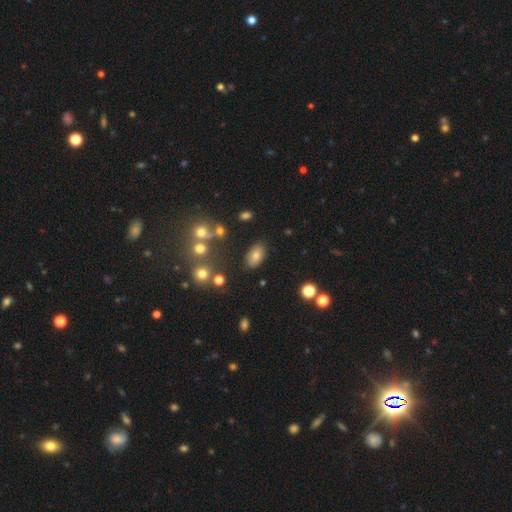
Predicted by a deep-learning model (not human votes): This is likely a smooth galaxy (76%). How rounded: clearly in between (91%). Merging: clearly none (83%).